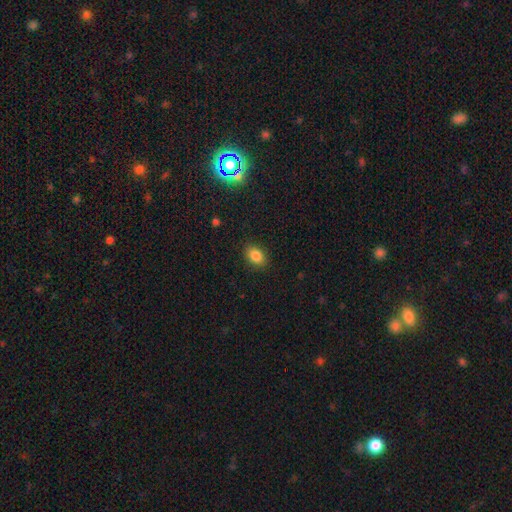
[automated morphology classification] smooth_or_featured: smooth (p=0.85) [alt: star or artifact p=0.10]
how_rounded: in between (p=0.72) [alt: round p=0.27]
merging: none (p=0.88) [alt: minor disturbance p=0.09]